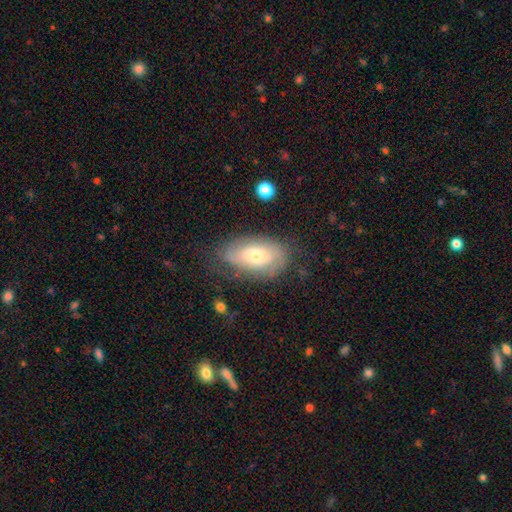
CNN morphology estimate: Overall: smooth (52%; featured or disk 40%). How rounded: in between (91%). Merging: none (67%).